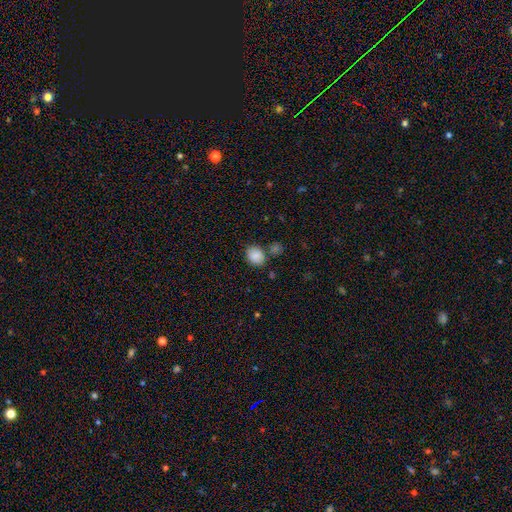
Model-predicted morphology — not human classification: smooth-or-featured: smooth: 87% | star or artifact: 9% | featured or disk: 4%
  how-rounded: round: 58% | in between: 41% | cigar-shaped: 1%
  merging: none: 70% | minor disturbance: 13% | merger: 13% | major disturbance: 4%